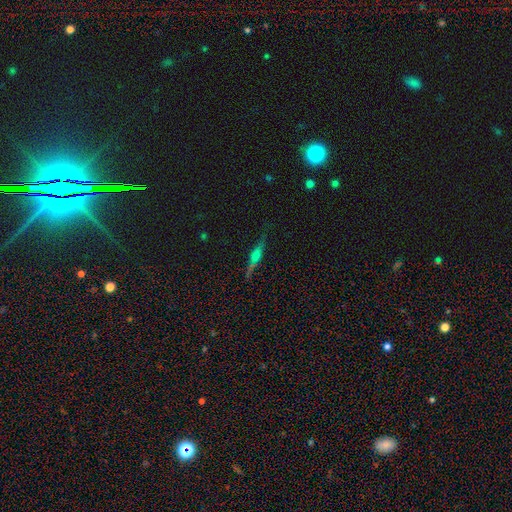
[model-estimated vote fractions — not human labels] This appears to be a featured or disk galaxy (63%) viewed edge-on (95%) with a rounded central bulge (81%). Merging: none (80%).